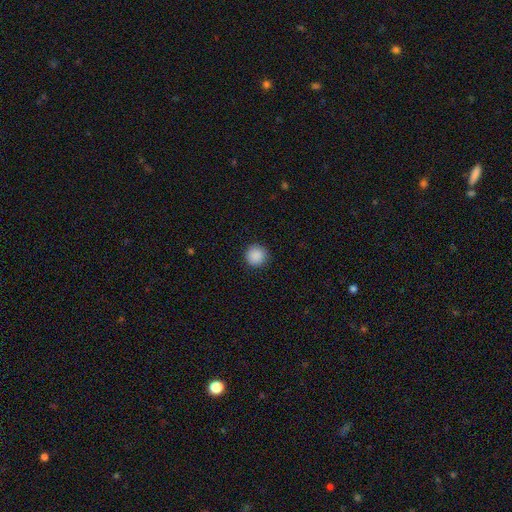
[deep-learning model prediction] A smooth galaxy with no disk features (89%) that is round (95%).

Vote fractions:
- Smooth or featured? smooth: 89% / star or artifact: 8% / featured or disk: 2%
- How rounded? round: 95% / in between: 4% / cigar-shaped: 1%
- Merging? none: 91% / minor disturbance: 6% / major disturbance: 2% / merger: 1%